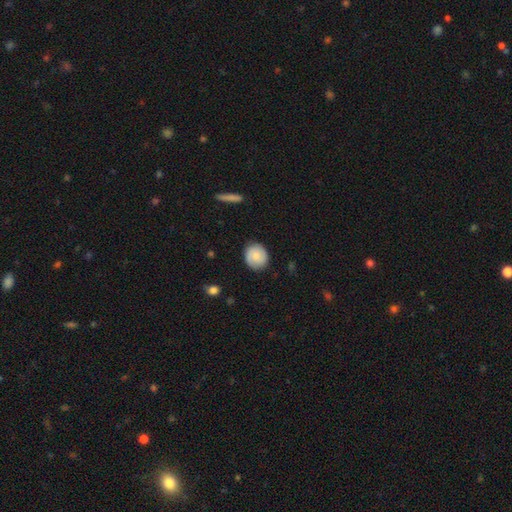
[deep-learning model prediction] Q: Smooth or featured?
A: smooth (67%); runner-up: featured or disk (26%)
Q: How rounded?
A: round (80%); runner-up: in between (19%)
Q: Merging?
A: none (83%); runner-up: minor disturbance (13%)